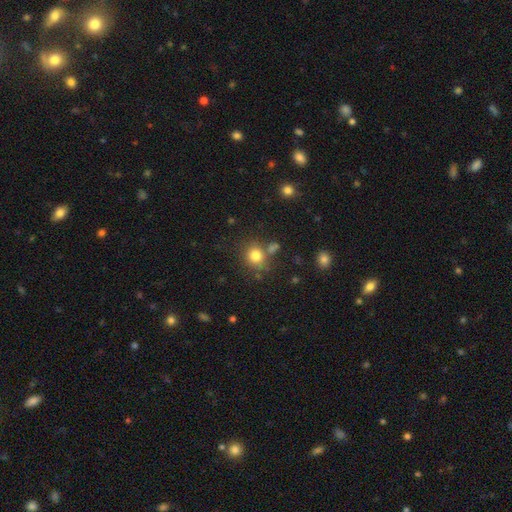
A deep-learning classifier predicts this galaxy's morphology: Q: Smooth or featured?
A: smooth (80%); runner-up: star or artifact (12%)
Q: How rounded?
A: round (80%); runner-up: in between (20%)
Q: Merging?
A: none (70%); runner-up: merger (13%)